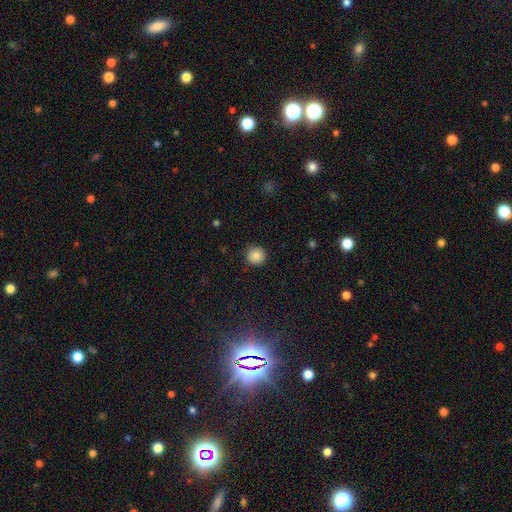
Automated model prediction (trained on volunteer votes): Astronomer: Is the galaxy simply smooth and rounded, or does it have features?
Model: smooth — 86%.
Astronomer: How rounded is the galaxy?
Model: round — 94%.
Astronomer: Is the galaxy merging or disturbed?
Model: none — 90%.